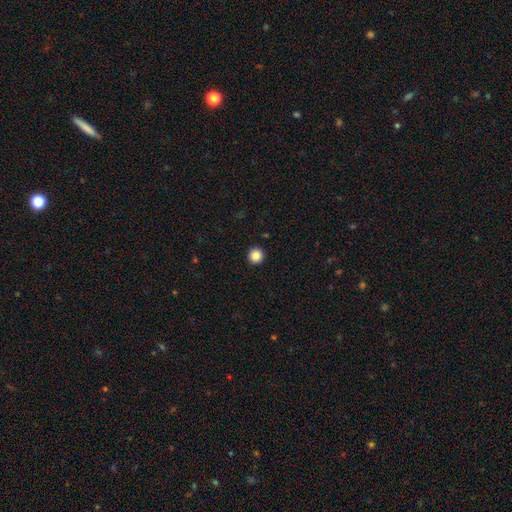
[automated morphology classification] Smooth or featured? Predicted: smooth (p=0.85). How rounded? Predicted: round (p=0.96). Merging? Predicted: none (p=0.94).